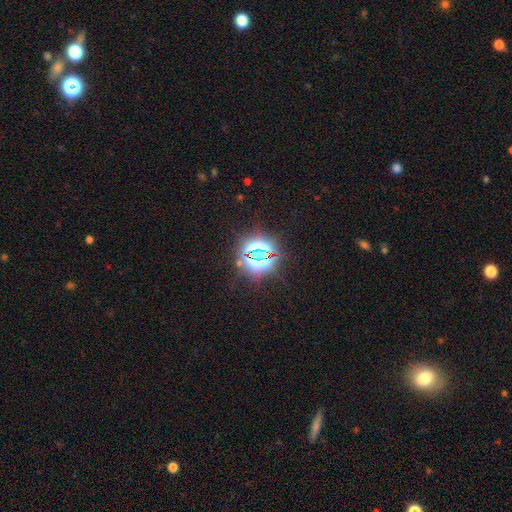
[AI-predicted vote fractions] star or artifact 80%, smooth 12%, featured or disk 8%.